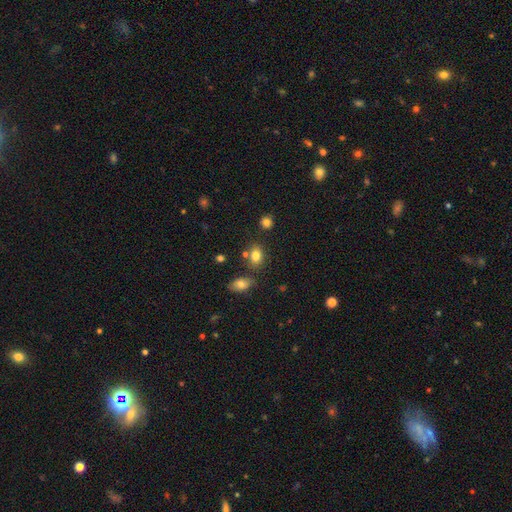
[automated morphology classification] A smooth galaxy with no disk features (80%) that is in between round and cigar-shaped (68%).

Vote fractions:
- Smooth or featured? smooth: 80% / star or artifact: 11% / featured or disk: 9%
- How rounded? in between: 68% / round: 30% / cigar-shaped: 2%
- Merging? none: 73% / minor disturbance: 13% / merger: 11% / major disturbance: 3%